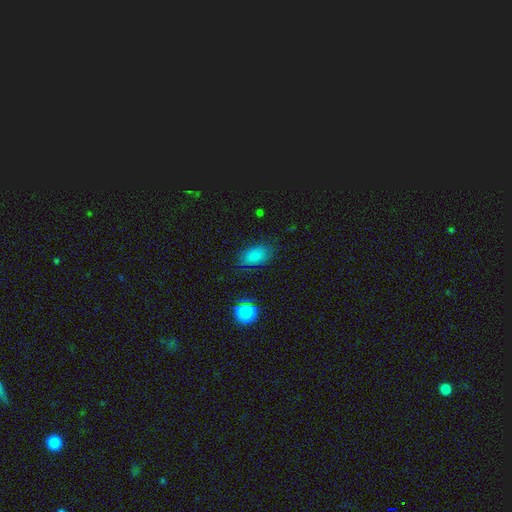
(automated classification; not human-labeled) This is clearly a smooth galaxy (82%). How rounded: clearly in between (89%). Merging: clearly none (81%).